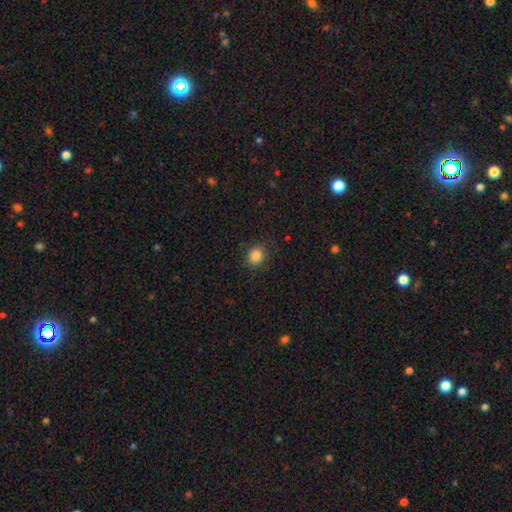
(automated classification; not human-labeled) Smooth or featured? Predicted: smooth (p=0.86). How rounded? Predicted: round (p=0.68). Merging? Predicted: none (p=0.84).